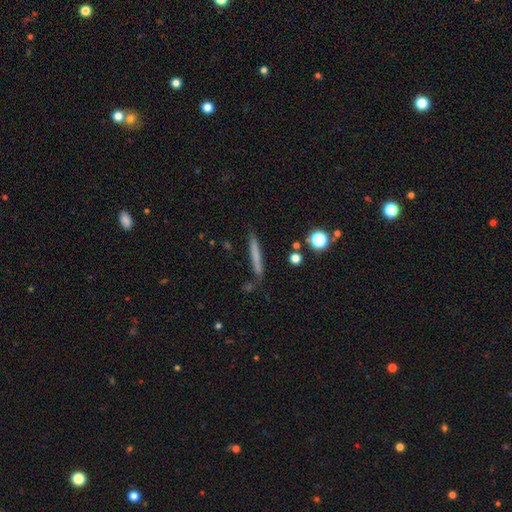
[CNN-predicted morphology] Smooth or featured? smooth (64%)
How rounded? cigar-shaped (95%)
Merging? none (82%)